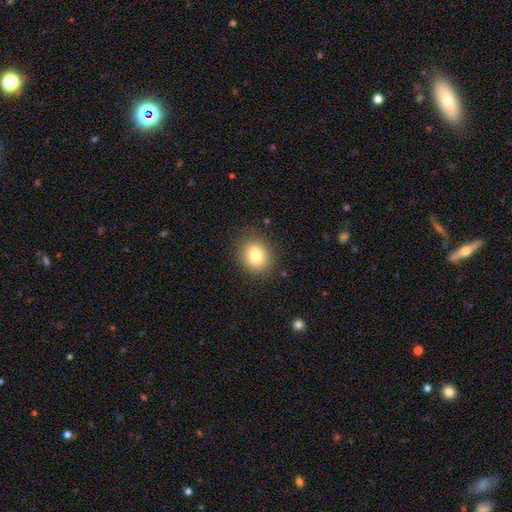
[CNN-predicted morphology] smooth-or-featured: smooth: 80% | star or artifact: 10% | featured or disk: 10%
  how-rounded: round: 72% | in between: 27% | cigar-shaped: 1%
  merging: none: 86% | minor disturbance: 10% | major disturbance: 3% | merger: 1%